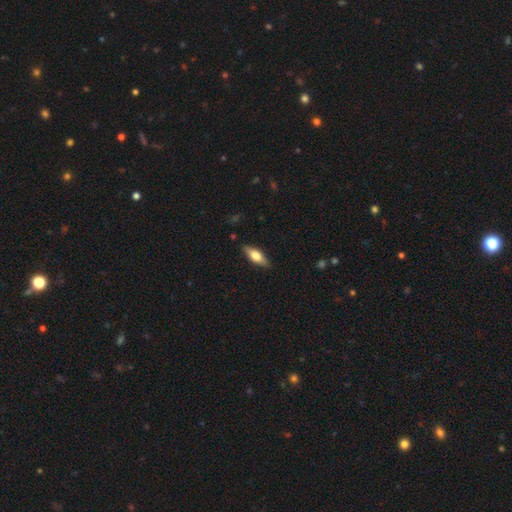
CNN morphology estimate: Smooth or featured?
  - smooth: 62% *
  - featured or disk: 32%
  - star or artifact: 6%
How rounded?
  - in between: 65% *
  - cigar-shaped: 33%
  - round: 3%
Merging?
  - none: 86% *
  - minor disturbance: 11%
  - major disturbance: 2%
  - merger: 1%